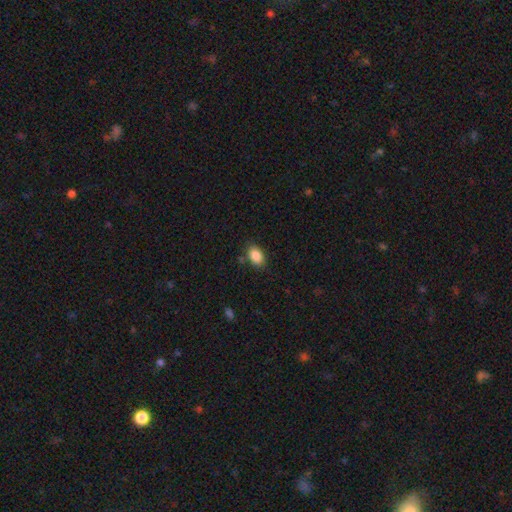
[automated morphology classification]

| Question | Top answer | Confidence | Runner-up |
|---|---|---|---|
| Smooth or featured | smooth | 87% | star or artifact (8%) |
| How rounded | in between | 84% | round (14%) |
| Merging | none | 82% | minor disturbance (12%) |